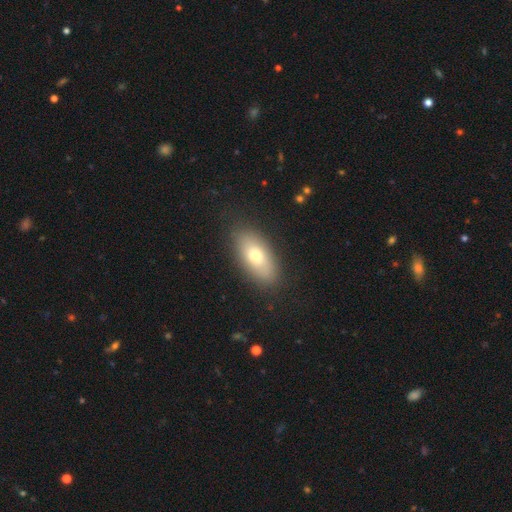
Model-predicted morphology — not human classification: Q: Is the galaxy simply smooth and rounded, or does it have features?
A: smooth — 70%.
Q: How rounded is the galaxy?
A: in between — 87%.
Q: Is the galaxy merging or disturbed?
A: none — 85%.